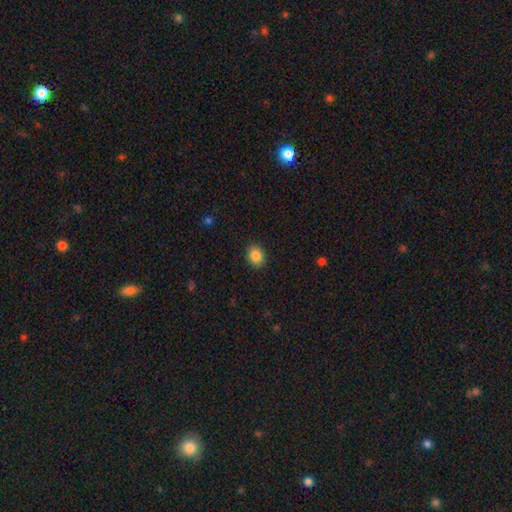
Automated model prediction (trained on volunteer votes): Morphology: type=smooth (86%); roundness=in between (53%); merging=none (89%).